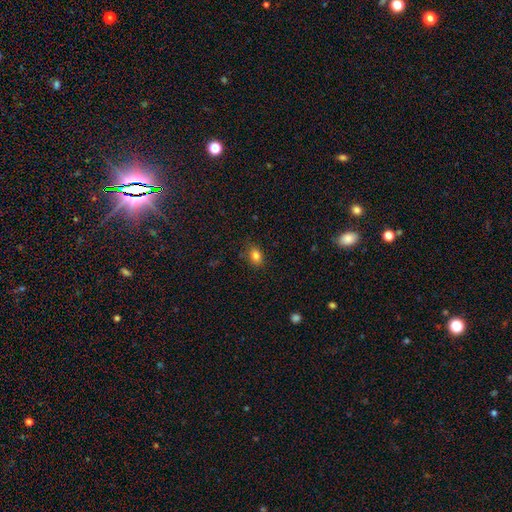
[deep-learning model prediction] The model was most divided on "how rounded": in between: 67%, round: 32%, cigar-shaped: 1%. More confident: merging — none (83%); smooth or featured — smooth (83%).